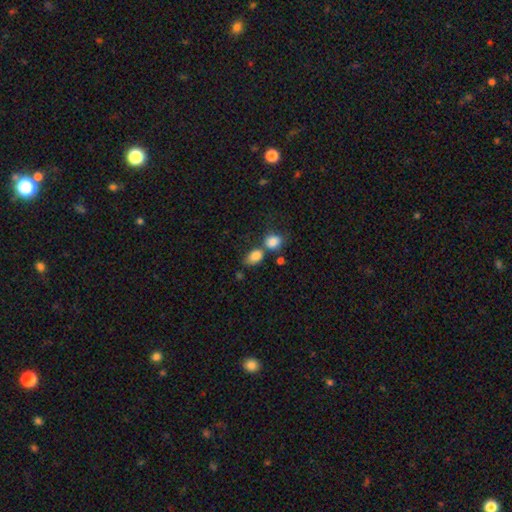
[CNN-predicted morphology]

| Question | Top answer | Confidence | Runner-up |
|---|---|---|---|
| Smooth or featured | smooth | 83% | star or artifact (10%) |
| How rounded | in between | 76% | round (22%) |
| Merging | none | 42% | merger (38%) |